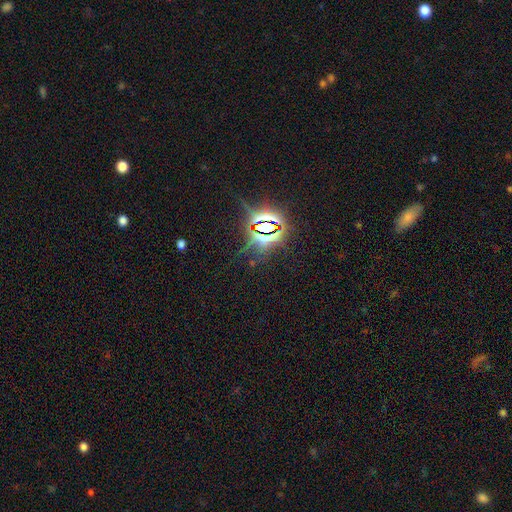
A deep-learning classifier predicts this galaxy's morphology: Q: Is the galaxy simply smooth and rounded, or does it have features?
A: star or artifact — 82%.